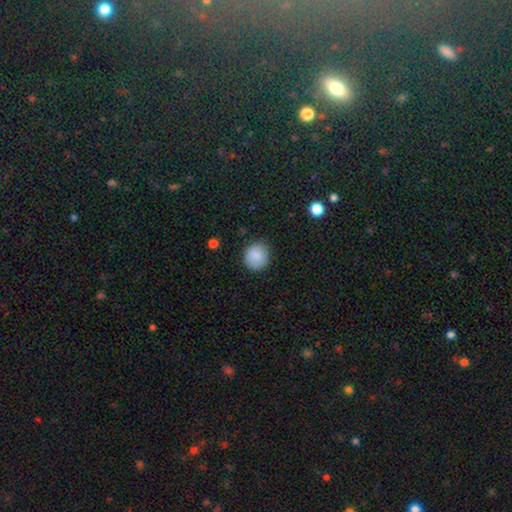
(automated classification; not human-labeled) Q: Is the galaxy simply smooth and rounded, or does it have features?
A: smooth — 87%.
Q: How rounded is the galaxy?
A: round — 87%.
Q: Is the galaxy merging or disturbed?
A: none — 86%.